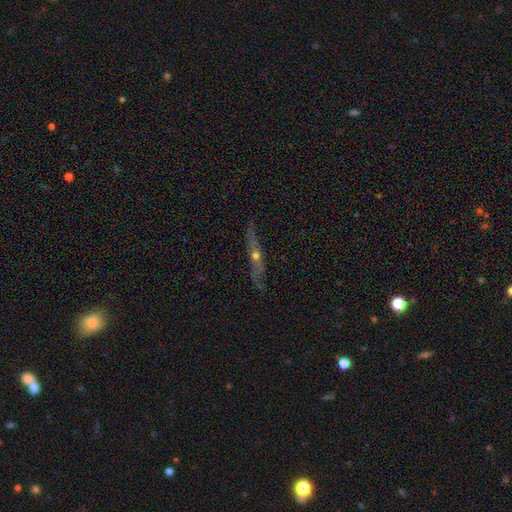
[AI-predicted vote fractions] Smooth or featured?
  - featured or disk: 69% *
  - smooth: 22%
  - star or artifact: 9%
Edge-on disk?
  - yes: 86% *
  - no: 14%
Edge-on bulge?
  - rounded: 88% *
  - none: 10%
  - boxy: 2%
Merging?
  - none: 75% *
  - minor disturbance: 18%
  - major disturbance: 5%
  - merger: 2%